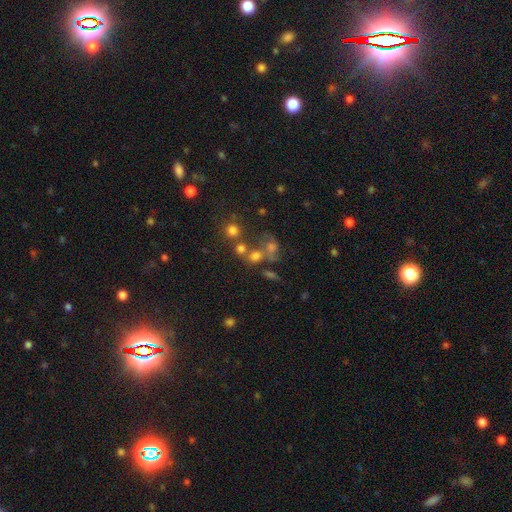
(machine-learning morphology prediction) Smooth or featured: smooth — 60% (star or artifact — 23%)
How rounded: round — 71% (in between — 28%)
Merging: none — 45% (merger — 34%)